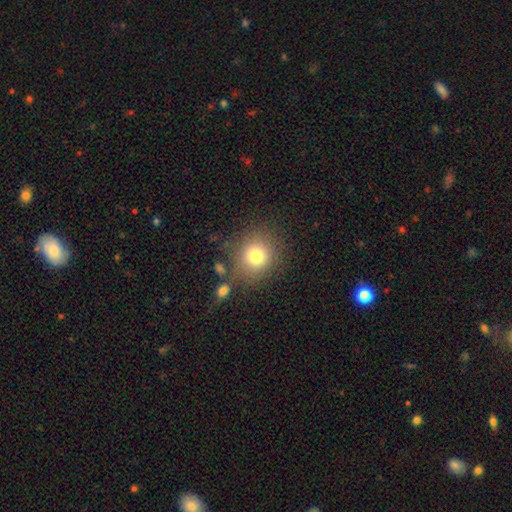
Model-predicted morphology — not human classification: A smooth galaxy with no disk features (77%) that is round (85%).

Vote fractions:
- Smooth or featured? smooth: 77% / star or artifact: 12% / featured or disk: 10%
- How rounded? round: 85% / in between: 14% / cigar-shaped: 1%
- Merging? none: 76% / minor disturbance: 11% / merger: 7% / major disturbance: 6%